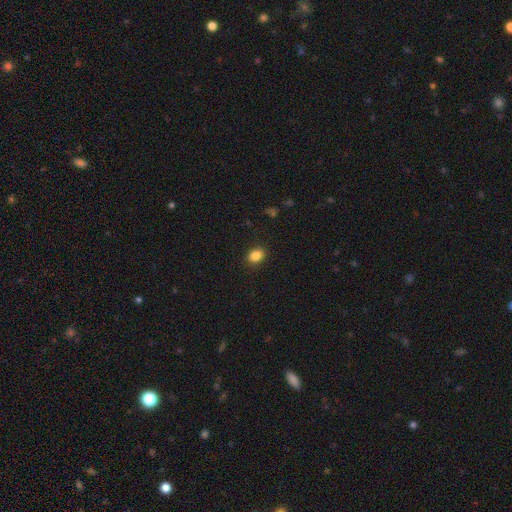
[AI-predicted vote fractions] A smooth galaxy with no disk features (86%) that is in between round and cigar-shaped (59%). Merging: none (88%).